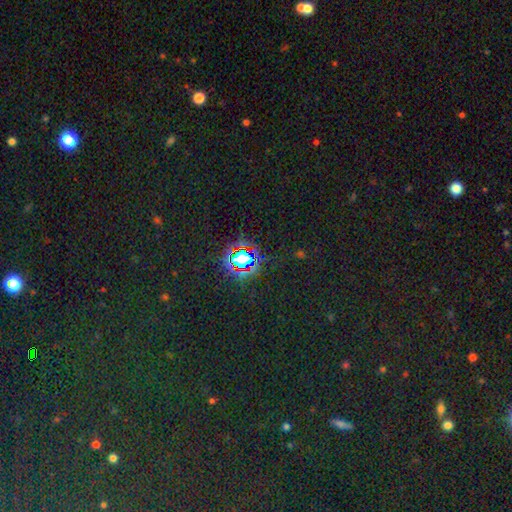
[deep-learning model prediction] Smooth or featured? star or artifact (80%)